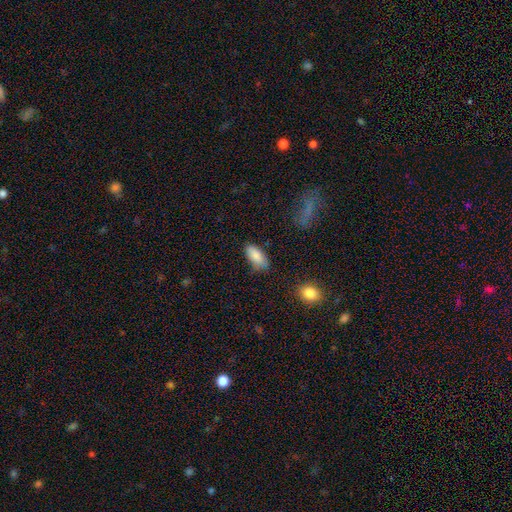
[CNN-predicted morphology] Smooth or featured? Predicted: smooth (p=0.86). How rounded? Predicted: in between (p=0.90). Merging? Predicted: none (p=0.71).